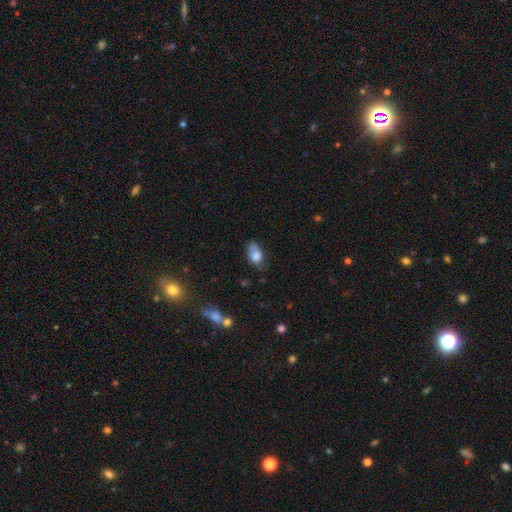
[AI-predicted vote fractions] Q: Smooth or featured?
A: smooth (74%); runner-up: featured or disk (17%)
Q: How rounded?
A: in between (86%); runner-up: round (12%)
Q: Merging?
A: none (42%); runner-up: minor disturbance (35%)